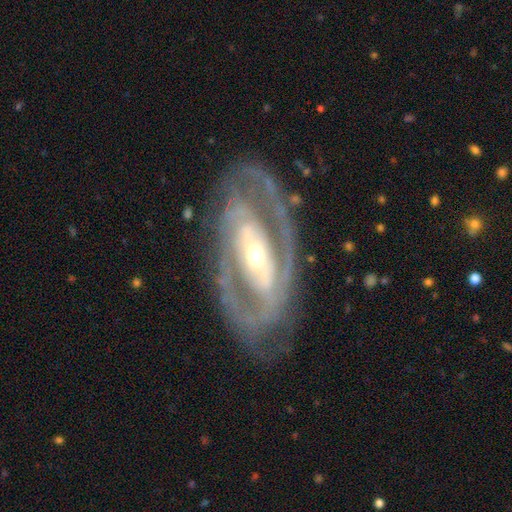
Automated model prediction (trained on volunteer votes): This appears to be a featured or disk galaxy (89%) with a strong bar (45%), 2 (77%) tight (46%) spiral arms (89%) and a moderate central bulge (52%). Merging: none (70%).